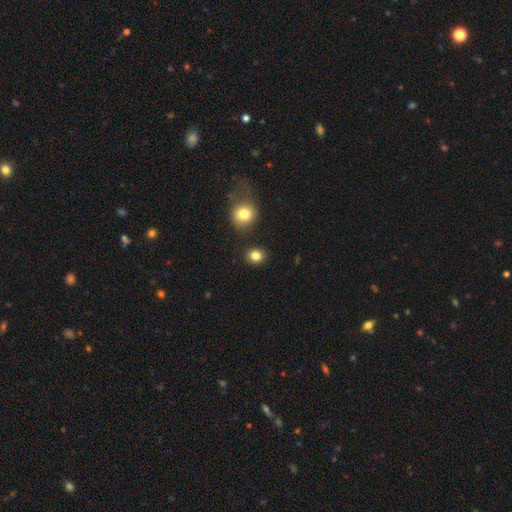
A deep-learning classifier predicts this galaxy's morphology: The model was most divided on "how rounded": round: 72%, in between: 27%, cigar-shaped: 1%. More confident: merging — none (86%); smooth or featured — smooth (83%).